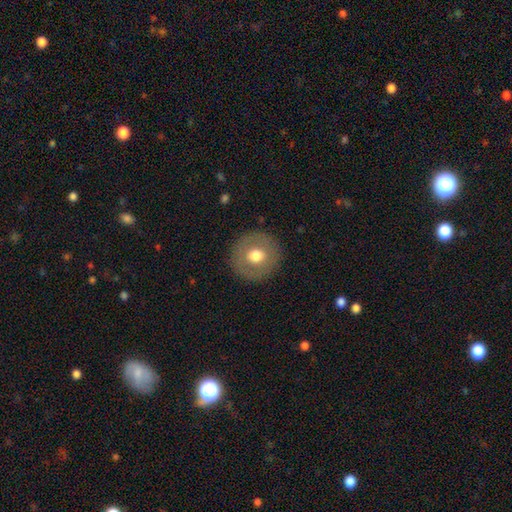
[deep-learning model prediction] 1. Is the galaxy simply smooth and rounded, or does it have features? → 61% smooth, 31% featured or disk, 8% star or artifact.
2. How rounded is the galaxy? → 94% round, 5% in between, 1% cigar-shaped.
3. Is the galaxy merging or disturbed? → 89% none, 7% minor disturbance, 3% major disturbance, 1% merger.